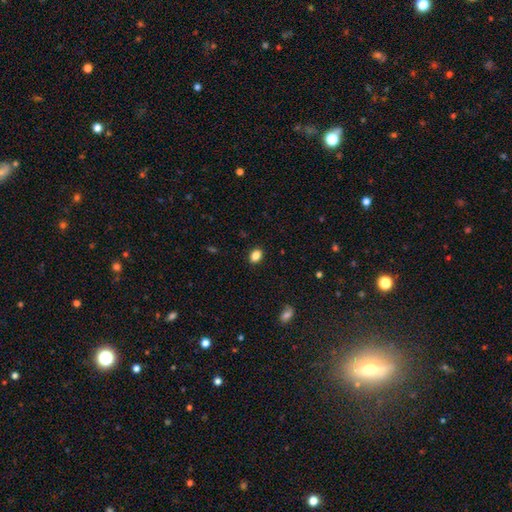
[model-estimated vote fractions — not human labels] The model was most divided on "how rounded": in between: 74%, round: 24%, cigar-shaped: 1%. More confident: merging — none (89%); smooth or featured — smooth (86%).